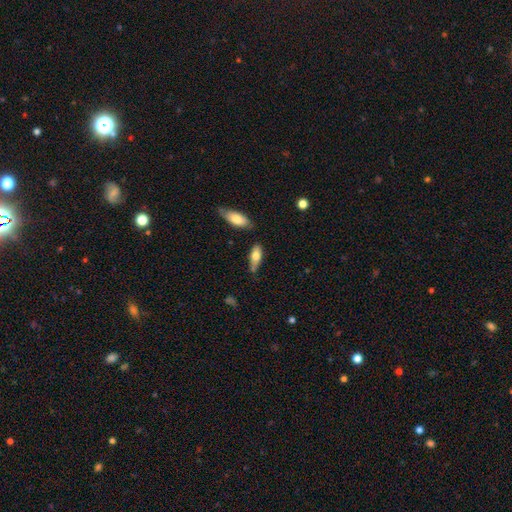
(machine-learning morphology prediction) smooth-or-featured: smooth: 69% | featured or disk: 25% | star or artifact: 6%
  how-rounded: in between: 69% | cigar-shaped: 28% | round: 2%
  merging: none: 62% | minor disturbance: 24% | merger: 8% | major disturbance: 5%